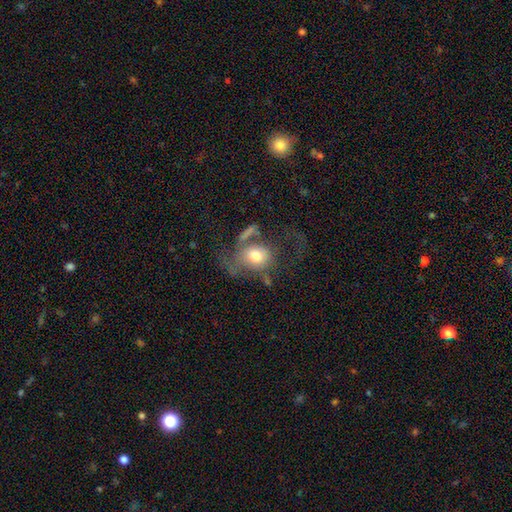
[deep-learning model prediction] Morphology: type=smooth (60%); roundness=round (58%); merging=major disturbance (43%).